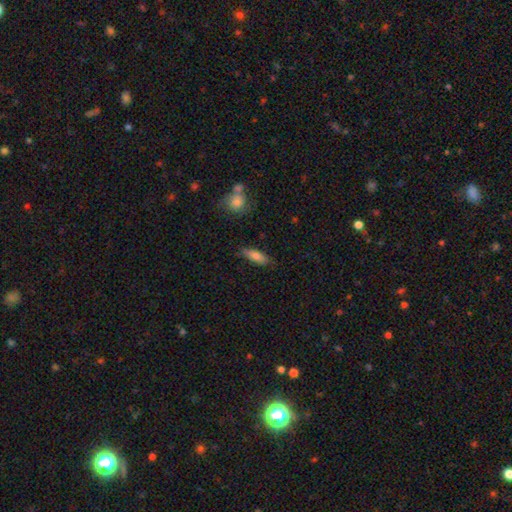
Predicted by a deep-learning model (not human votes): Smooth or featured: smooth — 77% (featured or disk — 16%)
How rounded: in between — 59% (cigar-shaped — 39%)
Merging: none — 78% (minor disturbance — 17%)